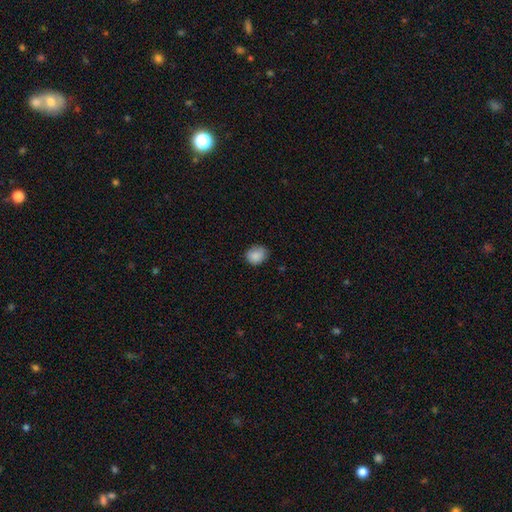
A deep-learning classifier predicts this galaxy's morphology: smooth 87%, star or artifact 8%, featured or disk 5%. Down the decision tree: how rounded — round (65%); merging — none (77%).